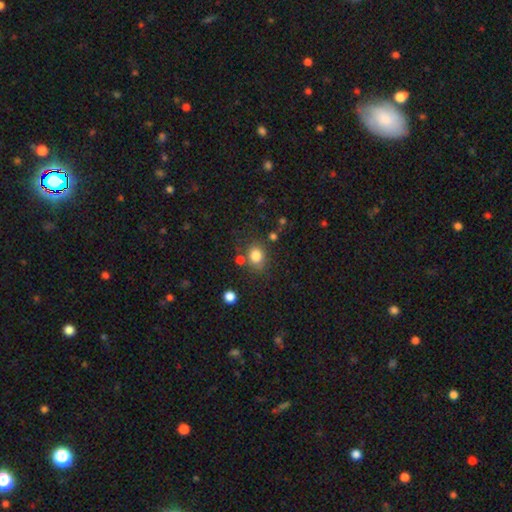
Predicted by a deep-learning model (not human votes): A smooth galaxy with no disk features (82%) that is round (61%). Merging: none (72%).